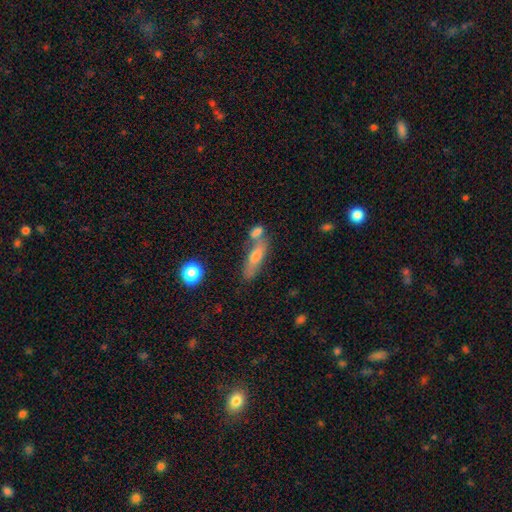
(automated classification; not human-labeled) Overall: smooth (57%; featured or disk 34%). How rounded: cigar-shaped (55%; in between 42%). Merging: none (51%; merger 29%).